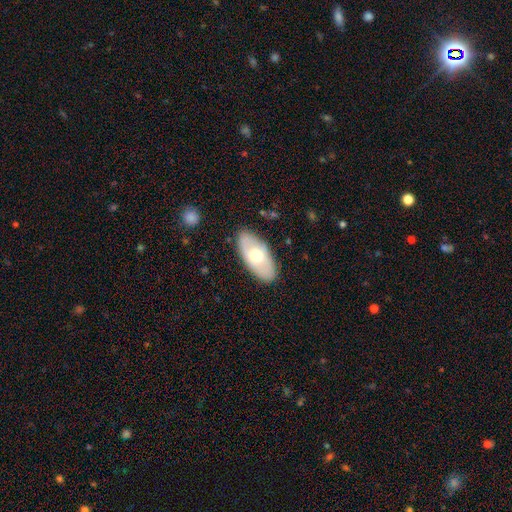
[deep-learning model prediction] Smooth or featured: smooth — 56% (featured or disk — 39%)
How rounded: in between — 92% (cigar-shaped — 5%)
Merging: none — 86% (minor disturbance — 10%)